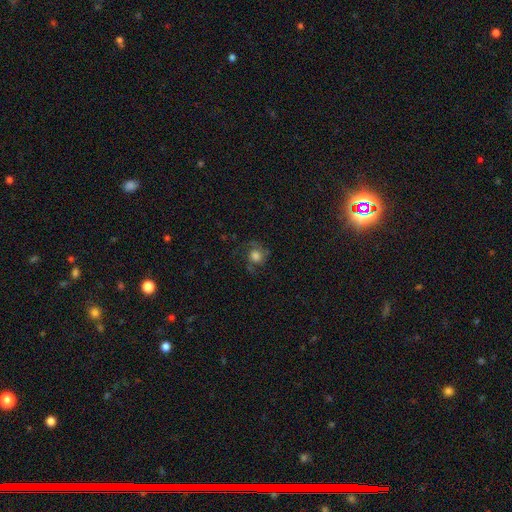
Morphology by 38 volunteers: type=smooth (71%); roundness=round (89%); merging=none (57%).